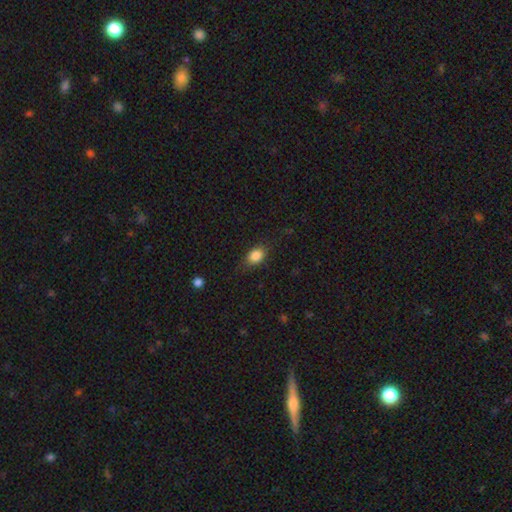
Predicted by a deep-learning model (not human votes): Morphology: type=smooth (85%); roundness=in between (73%); merging=none (77%).